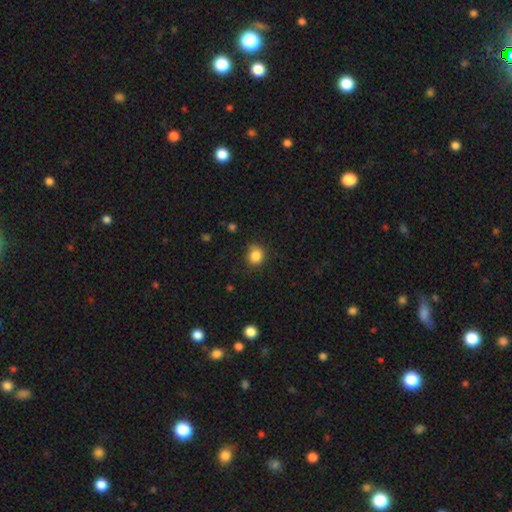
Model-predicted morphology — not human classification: Overall: smooth (85%). How rounded: round (74%). Merging: none (78%).